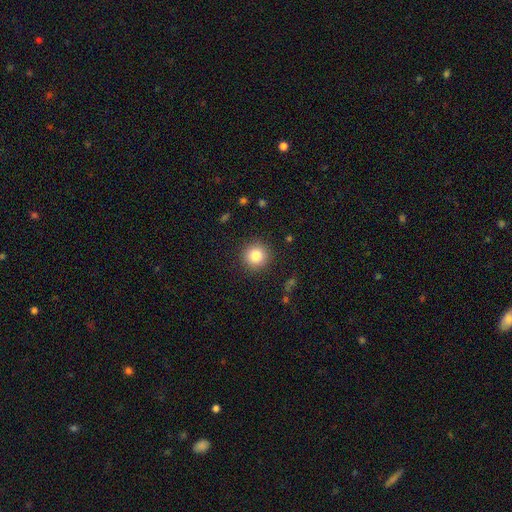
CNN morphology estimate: Smooth or featured: smooth — 83% (star or artifact — 10%)
How rounded: round — 94% (in between — 5%)
Merging: none — 90% (minor disturbance — 6%)